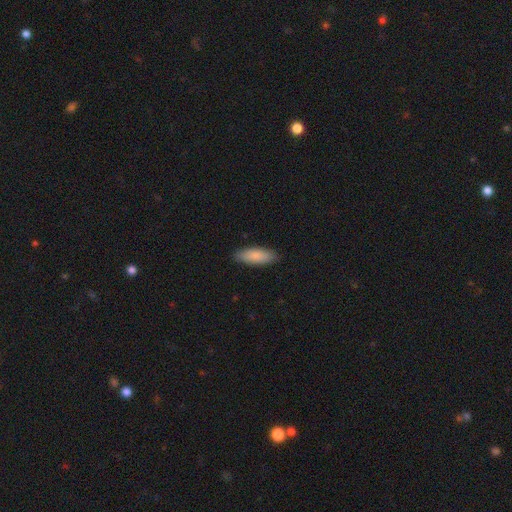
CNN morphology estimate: Smooth or featured: smooth — 87% (featured or disk — 8%)
How rounded: in between — 69% (cigar-shaped — 30%)
Merging: none — 88% (minor disturbance — 10%)